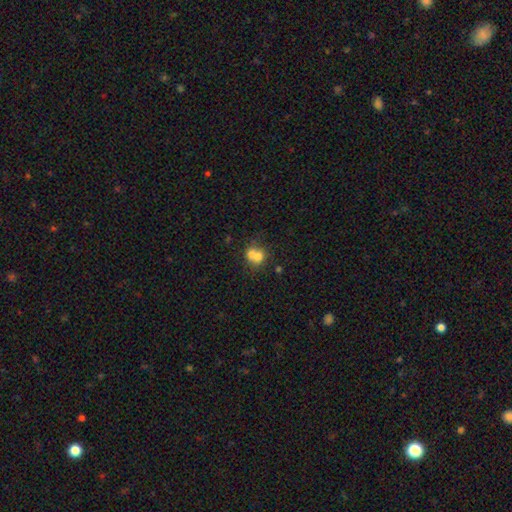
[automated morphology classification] Smooth or featured?
  - smooth: 67% *
  - featured or disk: 22%
  - star or artifact: 11%
How rounded?
  - round: 71% *
  - in between: 28%
  - cigar-shaped: 1%
Merging?
  - merger: 65% *
  - none: 26%
  - minor disturbance: 6%
  - major disturbance: 4%